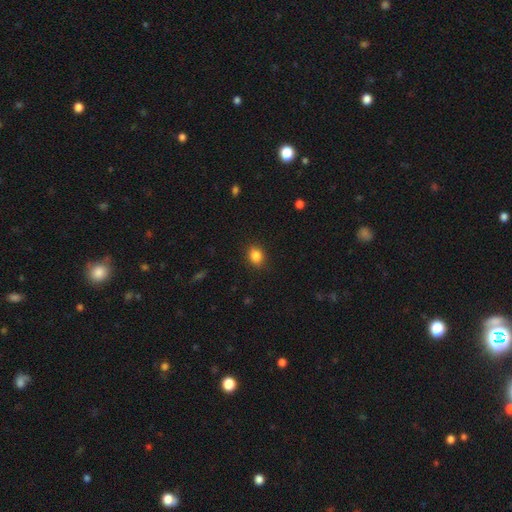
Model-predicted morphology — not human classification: A smooth galaxy with no disk features (86%) that is in between round and cigar-shaped (53%). Merging: none (87%).